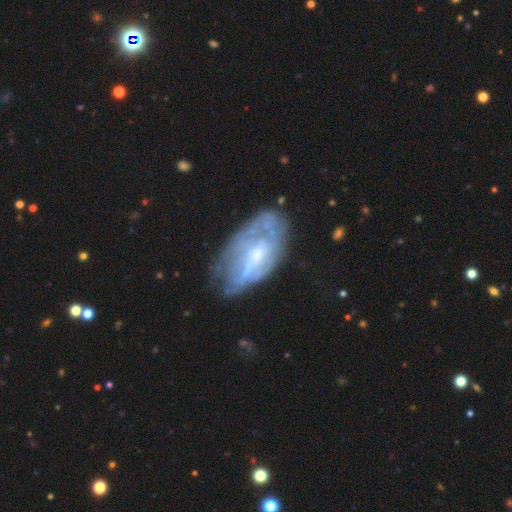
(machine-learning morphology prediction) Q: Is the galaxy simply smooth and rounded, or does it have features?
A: featured or disk — 67%.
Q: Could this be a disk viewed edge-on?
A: no — 93%.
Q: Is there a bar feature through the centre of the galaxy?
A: no — 53%.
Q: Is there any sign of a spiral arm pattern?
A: no — 51%.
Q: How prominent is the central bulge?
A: small — 55%.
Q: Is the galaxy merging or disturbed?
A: none — 51%.